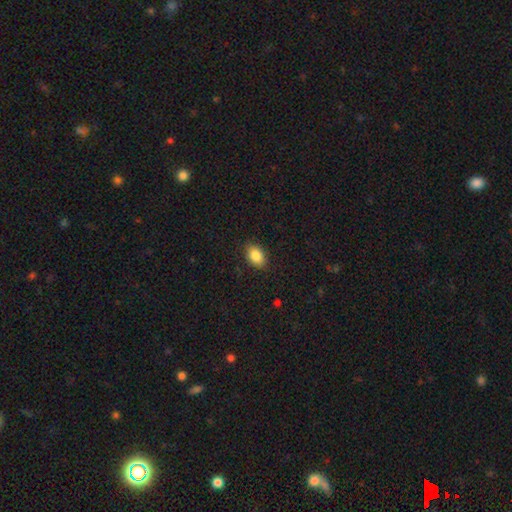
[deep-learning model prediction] The model was most divided on "how rounded": in between: 84%, round: 14%, cigar-shaped: 1%. More confident: smooth or featured — smooth (87%); merging — none (87%).